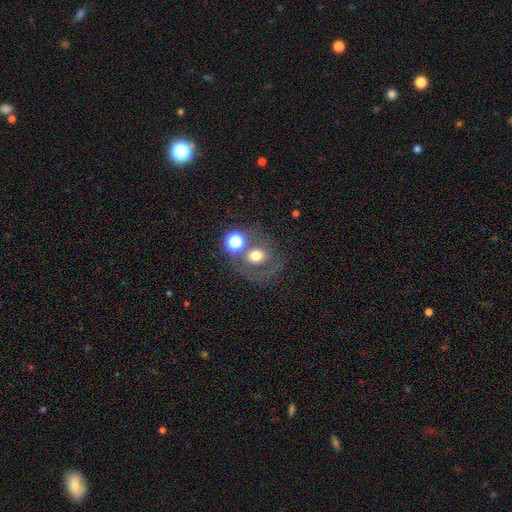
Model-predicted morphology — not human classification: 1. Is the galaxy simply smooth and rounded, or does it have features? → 57% smooth, 26% featured or disk, 17% star or artifact.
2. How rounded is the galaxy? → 77% round, 22% in between, 1% cigar-shaped.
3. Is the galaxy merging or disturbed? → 55% none, 24% merger, 12% minor disturbance, 10% major disturbance.